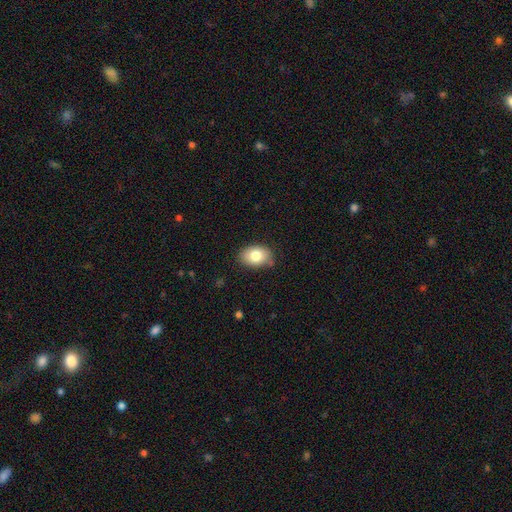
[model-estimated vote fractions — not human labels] The model was most divided on "how rounded": in between: 81%, round: 18%, cigar-shaped: 1%. More confident: merging — none (80%); smooth or featured — smooth (80%).